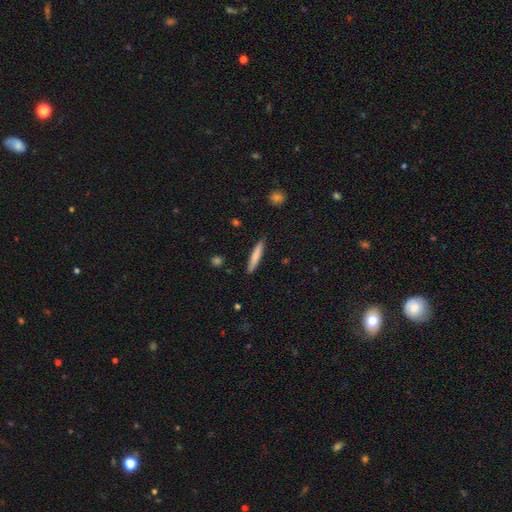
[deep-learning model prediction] Q: Smooth or featured?
A: smooth (74%); runner-up: featured or disk (20%)
Q: How rounded?
A: cigar-shaped (93%); runner-up: in between (6%)
Q: Merging?
A: none (89%); runner-up: minor disturbance (8%)